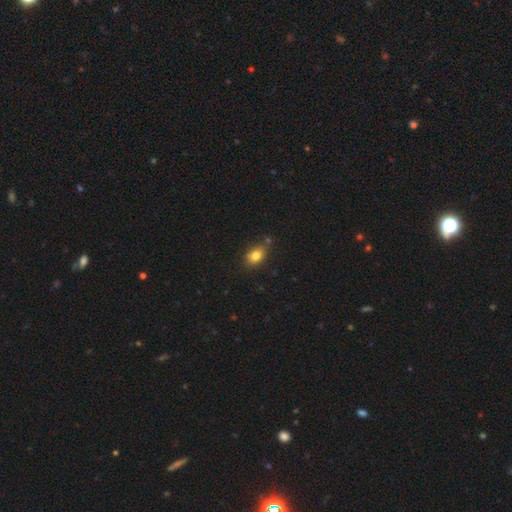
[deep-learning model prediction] Overall: smooth (82%). How rounded: in between (76%). Merging: none (75%).